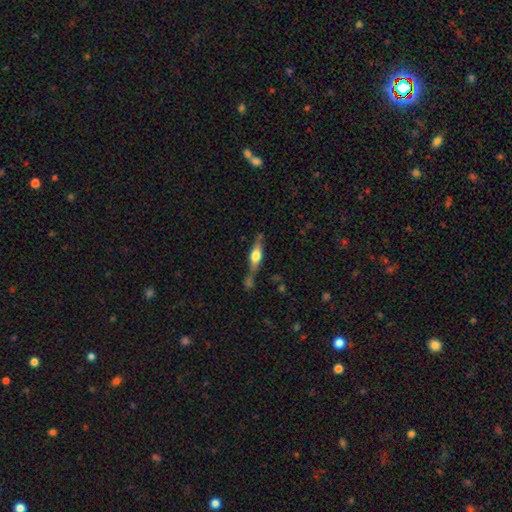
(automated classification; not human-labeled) featured or disk 50%, smooth 43%, star or artifact 7%. Down the decision tree: merging — none (55%).